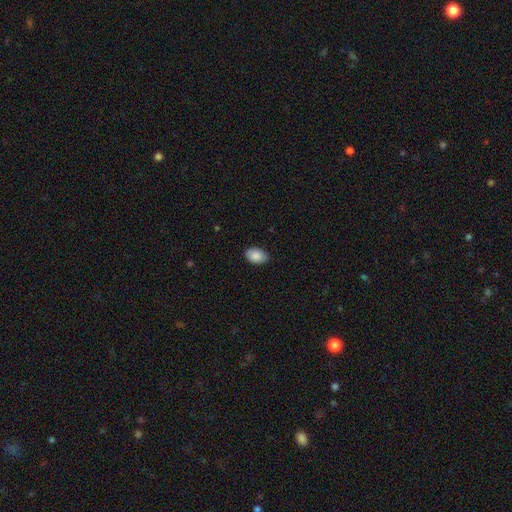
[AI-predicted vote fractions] This appears to be a smooth galaxy with no disk features (88%) that is in between round and cigar-shaped (89%). Merging: none (84%).